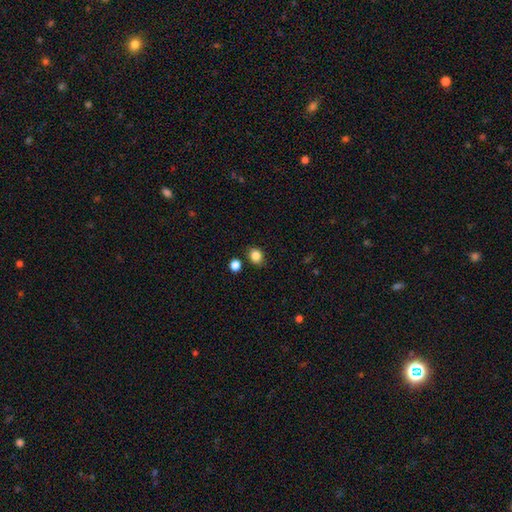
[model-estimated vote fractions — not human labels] smooth_or_featured: smooth (p=0.84) [alt: star or artifact p=0.11]
how_rounded: round (p=0.64) [alt: in between p=0.36]
merging: none (p=0.82) [alt: minor disturbance p=0.10]